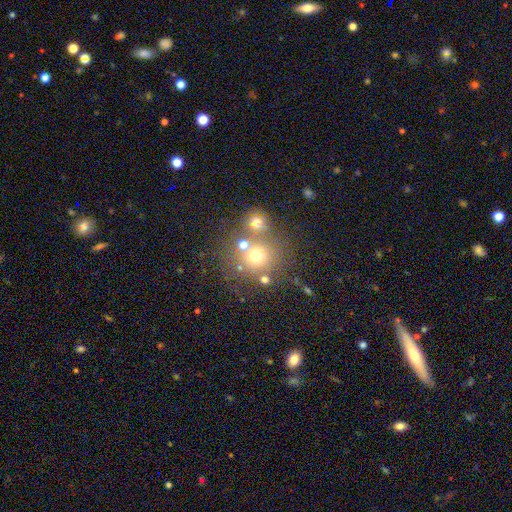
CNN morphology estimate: Q: Smooth or featured?
A: smooth (64%); runner-up: star or artifact (20%)
Q: How rounded?
A: round (87%); runner-up: in between (12%)
Q: Merging?
A: none (59%); runner-up: merger (26%)